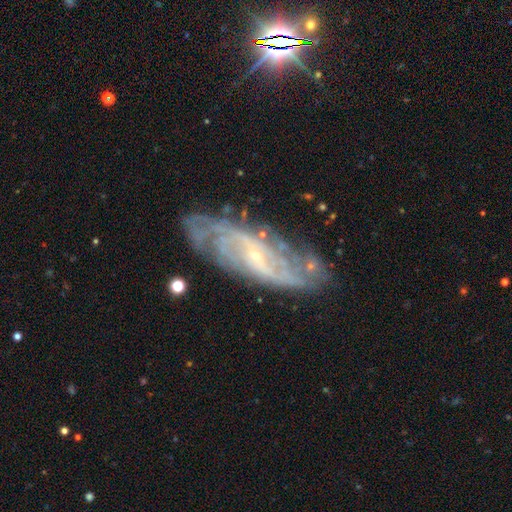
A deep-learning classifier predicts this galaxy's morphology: smooth_or_featured: featured or disk (p=0.85) [alt: smooth p=0.08]
disk_edge_on: no (p=0.87) [alt: yes p=0.13]
bar: no (p=0.45) [alt: weak p=0.39]
has_spiral_arms: yes (p=0.94) [alt: no p=0.06]
spiral_winding: tight (p=0.44) [alt: medium p=0.38]
spiral_arm_count: can't tell (p=0.38) [alt: 2 p=0.25]
bulge_size: small (p=0.85) [alt: moderate p=0.10]
merging: none (p=0.75) [alt: minor disturbance p=0.17]